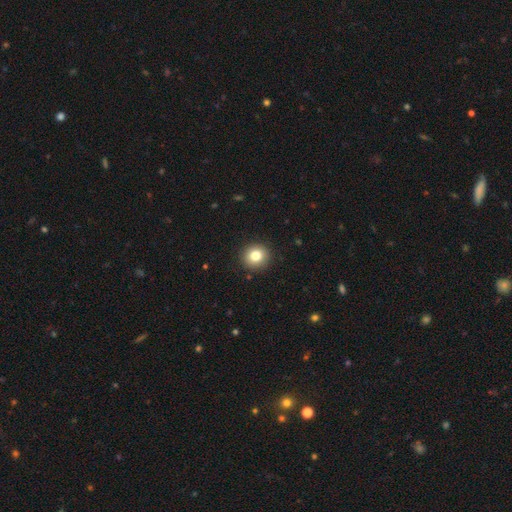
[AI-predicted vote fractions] Overall: smooth (82%). How rounded: round (91%). Merging: none (92%).